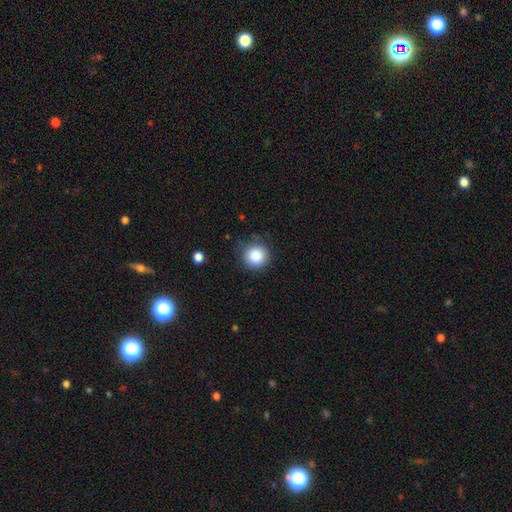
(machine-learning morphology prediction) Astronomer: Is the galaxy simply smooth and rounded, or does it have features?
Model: smooth — 87%.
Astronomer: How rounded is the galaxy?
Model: round — 94%.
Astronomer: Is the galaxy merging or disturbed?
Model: none — 80%.